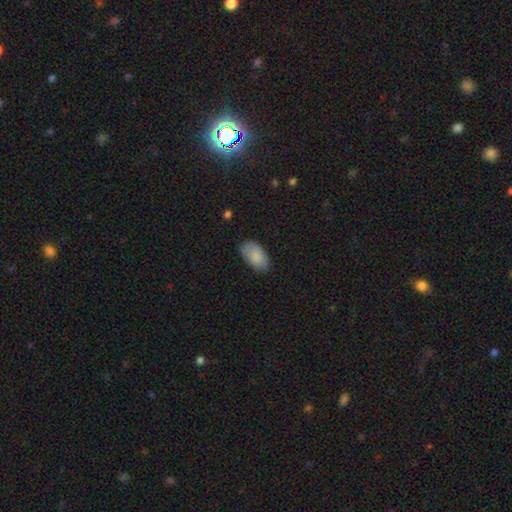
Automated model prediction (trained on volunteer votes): Q: Smooth or featured?
A: smooth (85%); runner-up: featured or disk (9%)
Q: How rounded?
A: in between (94%); runner-up: round (4%)
Q: Merging?
A: none (76%); runner-up: minor disturbance (19%)